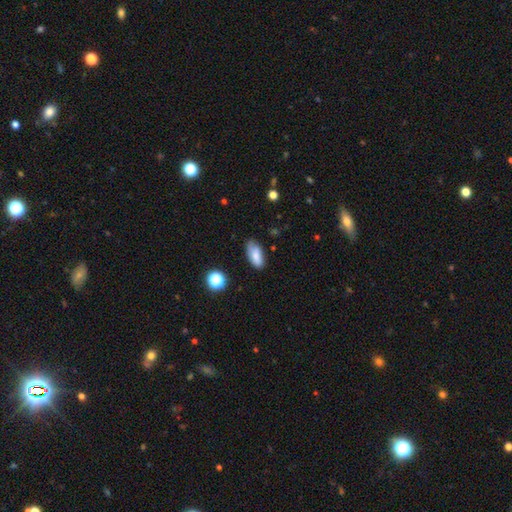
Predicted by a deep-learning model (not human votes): Smooth or featured? Predicted: smooth (p=0.79). How rounded? Predicted: in between (p=0.87). Merging? Predicted: none (p=0.69).